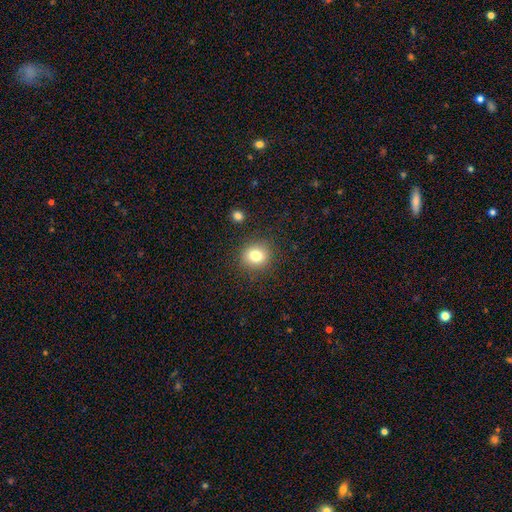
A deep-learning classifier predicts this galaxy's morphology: A smooth galaxy with no disk features (80%) that is round (79%).

Vote fractions:
- Smooth or featured? smooth: 80% / star or artifact: 11% / featured or disk: 9%
- How rounded? round: 79% / in between: 20% / cigar-shaped: 1%
- Merging? none: 87% / minor disturbance: 8% / major disturbance: 3% / merger: 2%